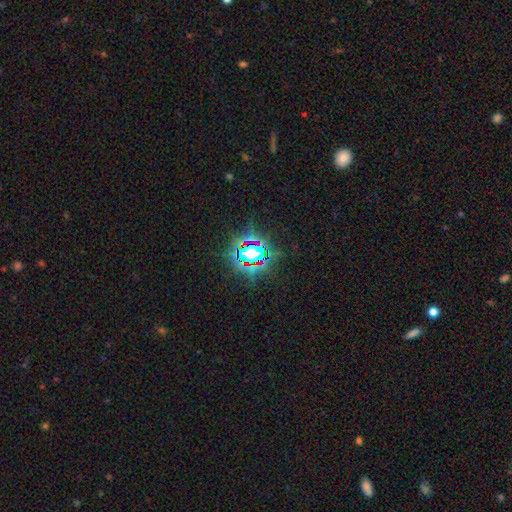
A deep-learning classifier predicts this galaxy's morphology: A star or artifact, not a galaxy (79%).

Vote fractions:
- Smooth or featured? star or artifact: 79% / smooth: 12% / featured or disk: 9%